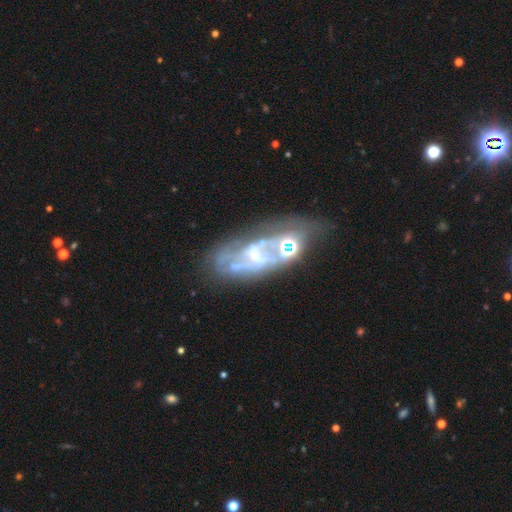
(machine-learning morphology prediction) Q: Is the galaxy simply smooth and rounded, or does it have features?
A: featured or disk — 73%.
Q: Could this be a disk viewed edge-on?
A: no — 89%.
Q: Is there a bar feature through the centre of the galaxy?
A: no — 54%.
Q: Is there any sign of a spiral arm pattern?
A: no — 52%.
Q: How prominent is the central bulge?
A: small — 42%.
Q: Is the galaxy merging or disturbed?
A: none — 47%.